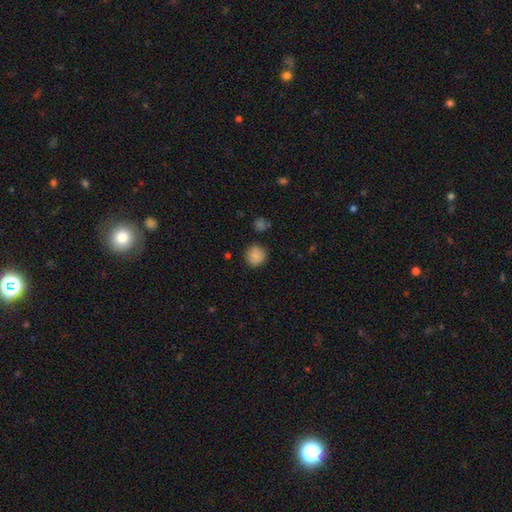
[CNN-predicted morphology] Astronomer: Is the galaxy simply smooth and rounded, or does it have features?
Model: smooth — 86%.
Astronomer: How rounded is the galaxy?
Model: round — 92%.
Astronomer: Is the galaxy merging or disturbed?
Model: none — 85%.